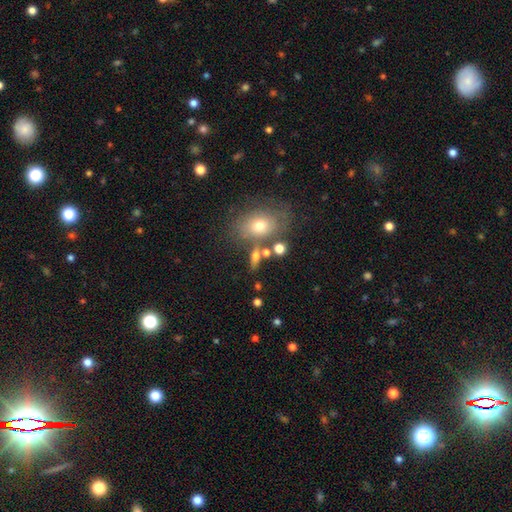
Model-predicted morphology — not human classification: Q: Smooth or featured?
A: smooth (62%); runner-up: featured or disk (25%)
Q: How rounded?
A: in between (63%); runner-up: round (21%)
Q: Merging?
A: none (54%); runner-up: merger (22%)